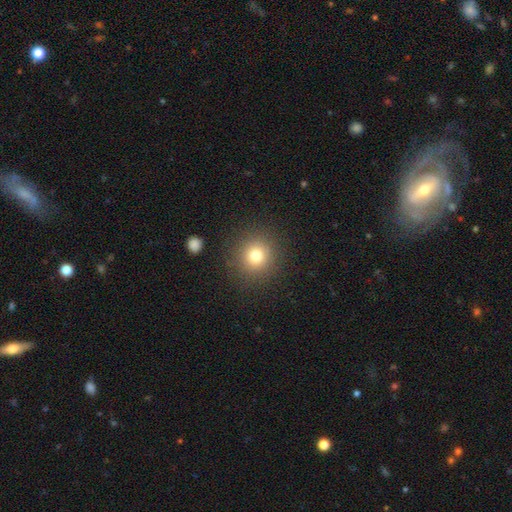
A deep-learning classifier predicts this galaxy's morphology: The model was most divided on "smooth or featured": smooth: 77%, star or artifact: 14%, featured or disk: 9%. More confident: how rounded — round (91%); merging — none (89%).